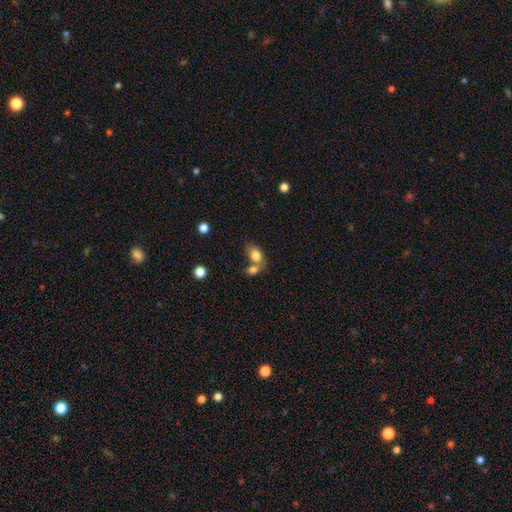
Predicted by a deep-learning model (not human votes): smooth 80%, featured or disk 11%, star or artifact 8%. Down the decision tree: how rounded — in between (82%); merging — merger (45%).